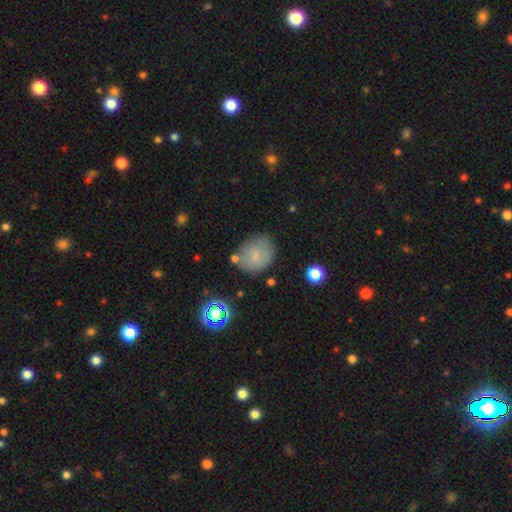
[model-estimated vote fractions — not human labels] A smooth galaxy with no disk features (72%) that is round (66%). Merging: none (68%).